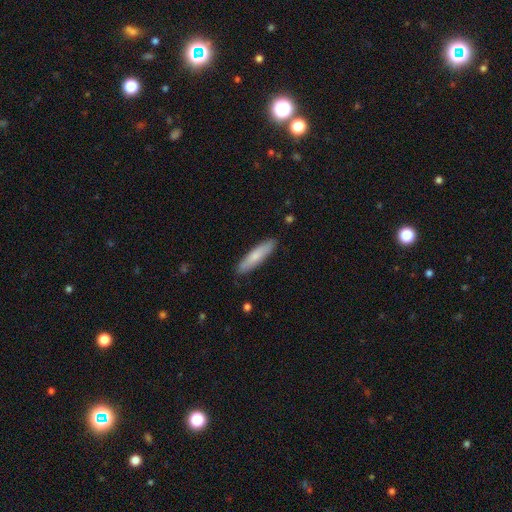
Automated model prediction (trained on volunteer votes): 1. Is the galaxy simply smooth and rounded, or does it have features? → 75% smooth, 19% featured or disk, 5% star or artifact.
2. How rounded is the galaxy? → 80% cigar-shaped, 19% in between, 1% round.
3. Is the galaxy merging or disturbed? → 88% none, 9% minor disturbance, 2% major disturbance, 1% merger.